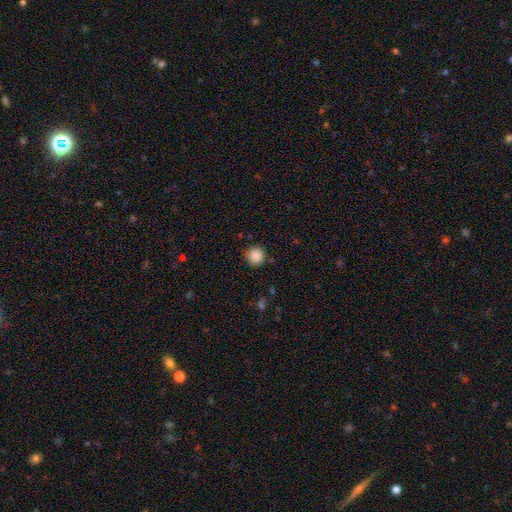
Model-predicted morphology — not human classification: Smooth or featured? Predicted: smooth (p=0.87). How rounded? Predicted: round (p=0.93). Merging? Predicted: none (p=0.88).